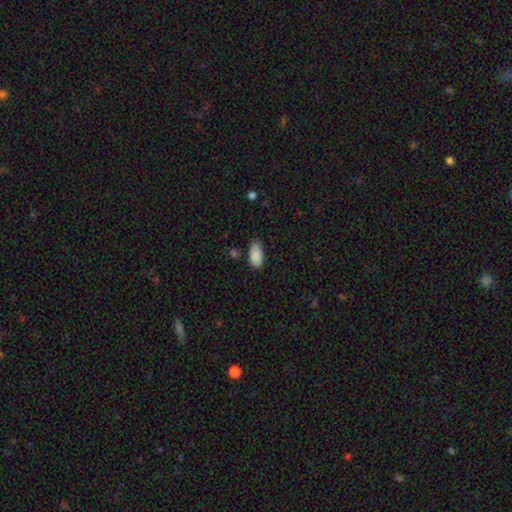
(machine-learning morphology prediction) smooth 88%, star or artifact 7%, featured or disk 5%. Down the decision tree: how rounded — in between (93%); merging — none (69%).